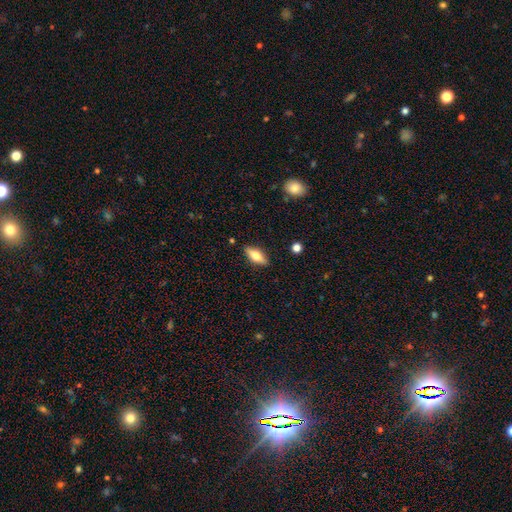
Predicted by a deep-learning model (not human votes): Morphology: type=smooth (58%); roundness=in between (69%); merging=none (87%).